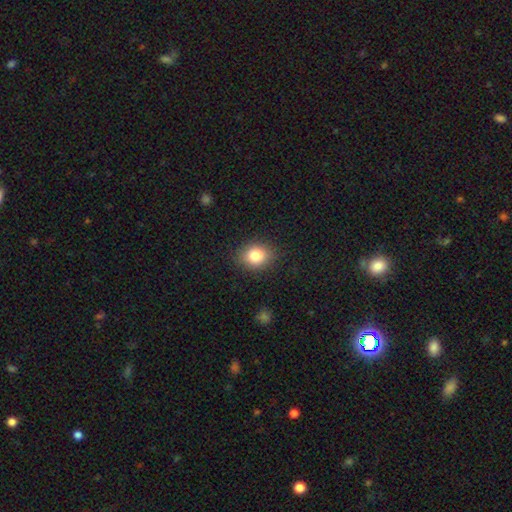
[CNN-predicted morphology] smooth-or-featured: smooth: 82% | star or artifact: 10% | featured or disk: 7%
  how-rounded: round: 59% | in between: 40% | cigar-shaped: 1%
  merging: none: 87% | minor disturbance: 9% | major disturbance: 3% | merger: 1%